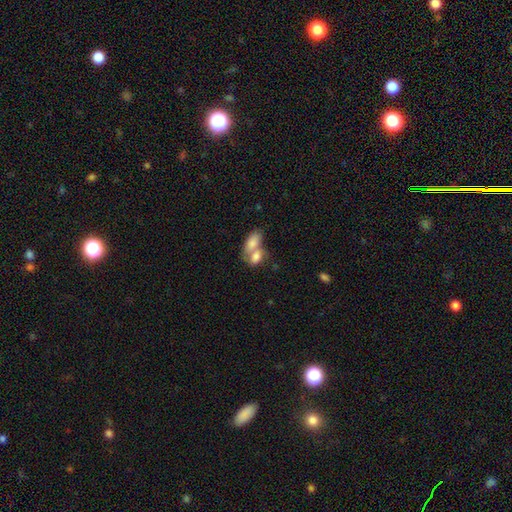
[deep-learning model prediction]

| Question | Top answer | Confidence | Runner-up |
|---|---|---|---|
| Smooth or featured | smooth | 77% | featured or disk (16%) |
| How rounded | in between | 86% | round (11%) |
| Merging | merger | 72% | none (18%) |